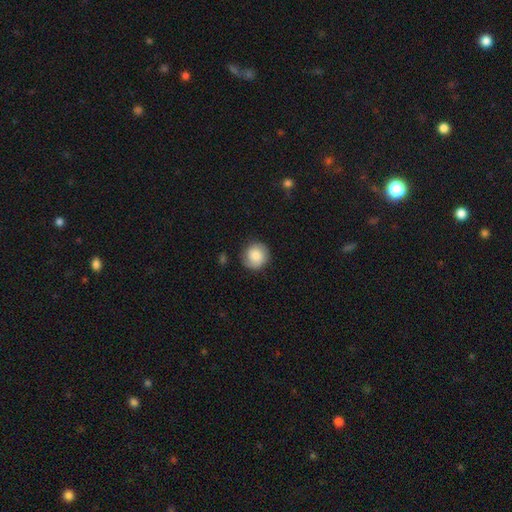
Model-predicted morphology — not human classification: A smooth galaxy with no disk features (79%) that is round (91%). Merging: none (82%).